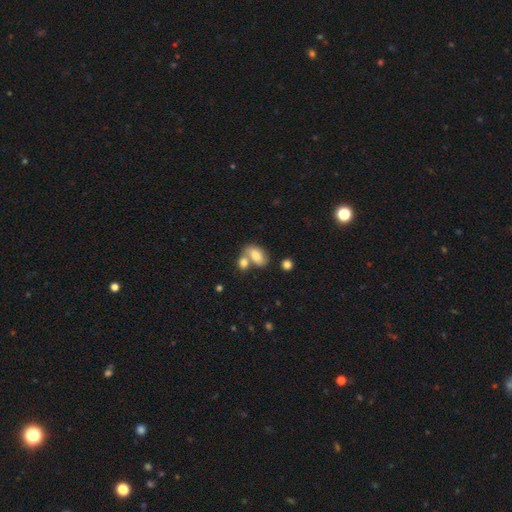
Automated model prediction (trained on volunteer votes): Smooth or featured: smooth — 76% (featured or disk — 16%)
How rounded: in between — 87% (round — 9%)
Merging: merger — 47% (none — 36%)